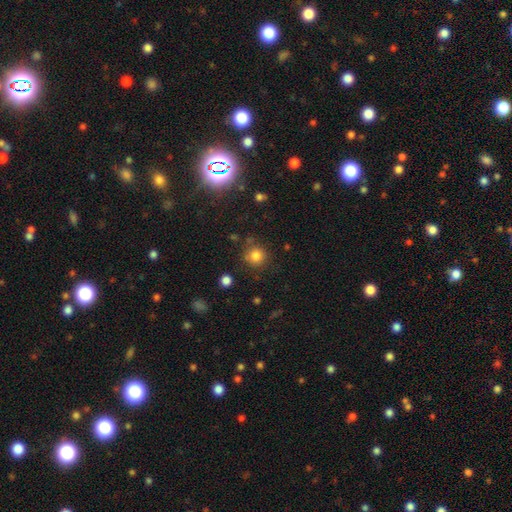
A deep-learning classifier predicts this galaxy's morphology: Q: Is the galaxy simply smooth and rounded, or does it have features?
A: smooth — 81%.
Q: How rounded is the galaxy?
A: round — 92%.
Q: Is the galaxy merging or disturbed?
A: none — 81%.